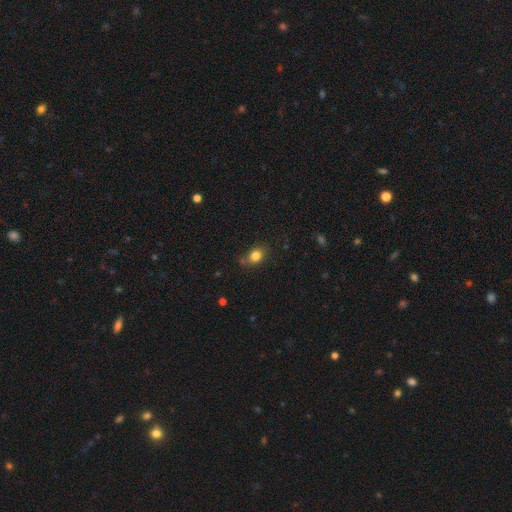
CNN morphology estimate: smooth 81%, star or artifact 12%, featured or disk 7%. Down the decision tree: how rounded — in between (50%); merging — none (72%).